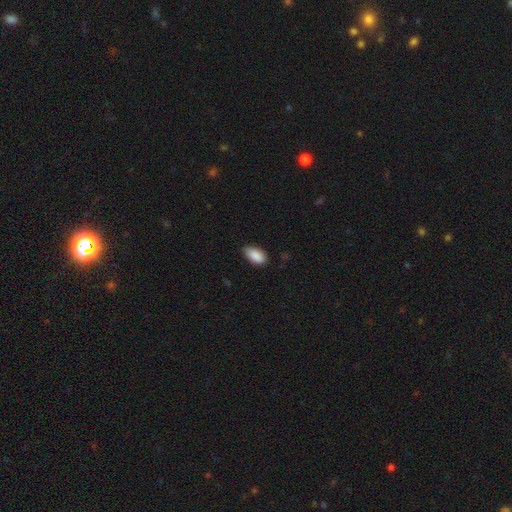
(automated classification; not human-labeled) Overall: smooth (89%). How rounded: in between (94%). Merging: none (72%).